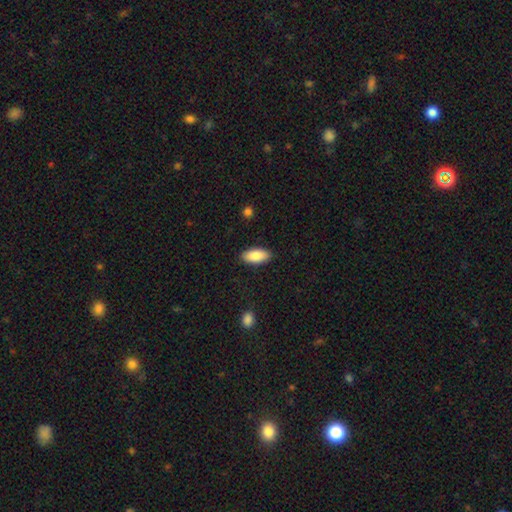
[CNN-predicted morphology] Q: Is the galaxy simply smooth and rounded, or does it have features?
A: smooth — 86%.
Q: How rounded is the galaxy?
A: in between — 89%.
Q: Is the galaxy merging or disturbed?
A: none — 88%.